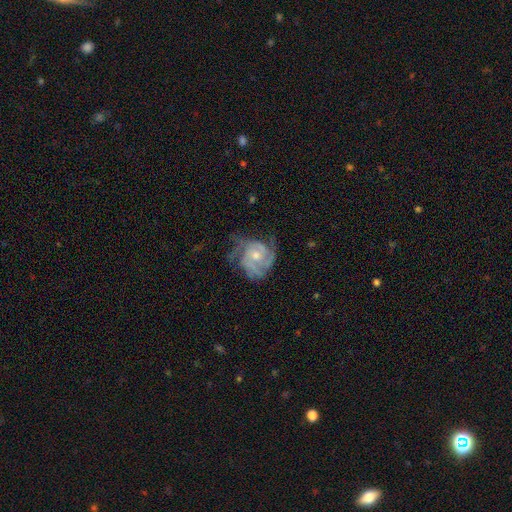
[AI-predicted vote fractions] The model was most divided on "spiral arm count": 3: 31%, can't tell: 27%, 2: 24%, 4: 8%, 1: 6%, more than 4: 4%. Remaining: edge-on disk — no (98%); spiral arms — yes (90%); smooth or featured — featured or disk (78%); bar — no (73%); bulge size — moderate (61%); spiral winding — tight (54%); merging — none (49%).